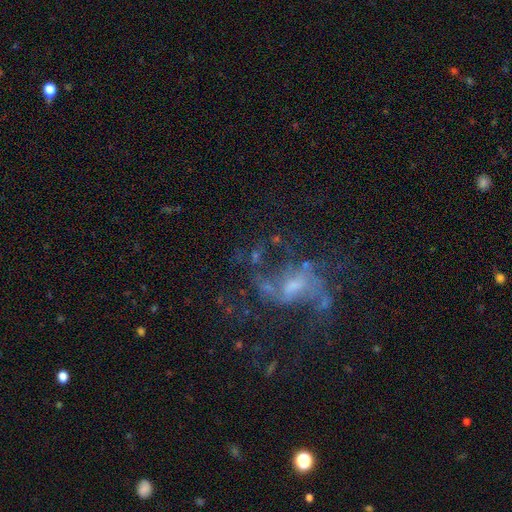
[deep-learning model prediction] This is likely a featured or disk galaxy (69%). It is clearly not viewed edge-on (96%). Bar: possibly weak (46%). Spiral arm pattern: likely yes (70%). Central bulge: marginally small (39%). Merging: marginally none (41%).